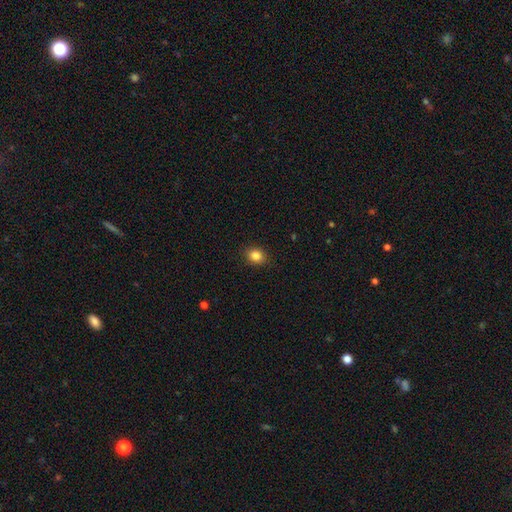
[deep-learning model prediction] Smooth or featured? smooth (85%)
How rounded? round (57%)
Merging? none (90%)